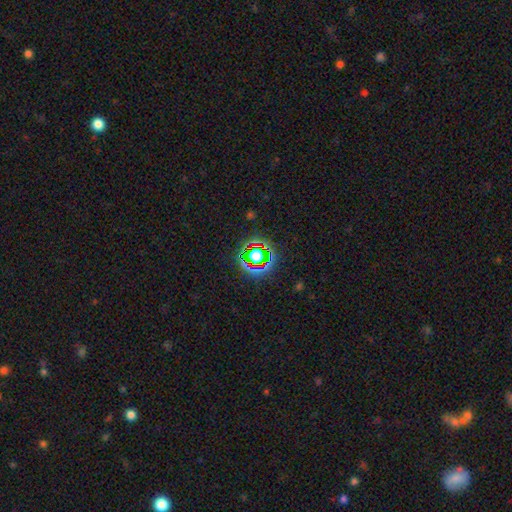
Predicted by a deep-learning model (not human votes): This appears to be a star or artifact, not a galaxy (64%).